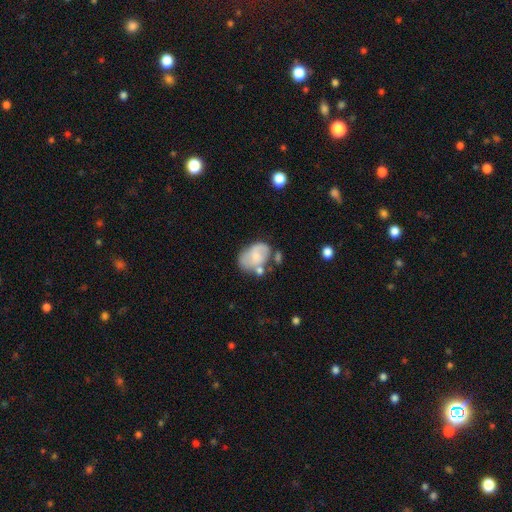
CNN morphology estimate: A smooth galaxy with no disk features (61%) that is in between round and cigar-shaped (80%).

Vote fractions:
- Smooth or featured? smooth: 61% / featured or disk: 31% / star or artifact: 8%
- How rounded? in between: 80% / round: 18% / cigar-shaped: 1%
- Merging? none: 39% / minor disturbance: 28% / merger: 18% / major disturbance: 14%